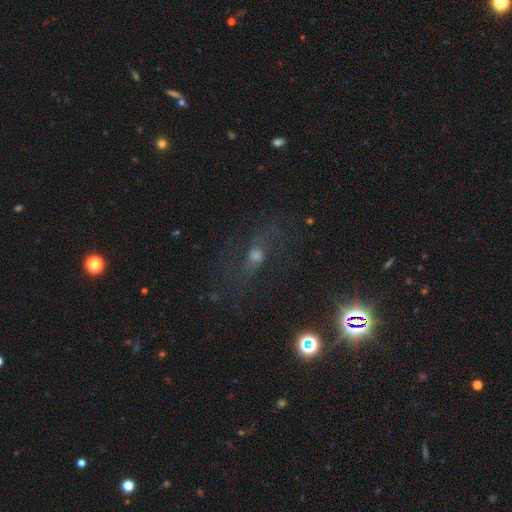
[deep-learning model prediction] Smooth or featured: featured or disk — 51% (smooth — 26%)
Edge-on disk: no — 85% (yes — 15%)
Merging: none — 63% (major disturbance — 18%)